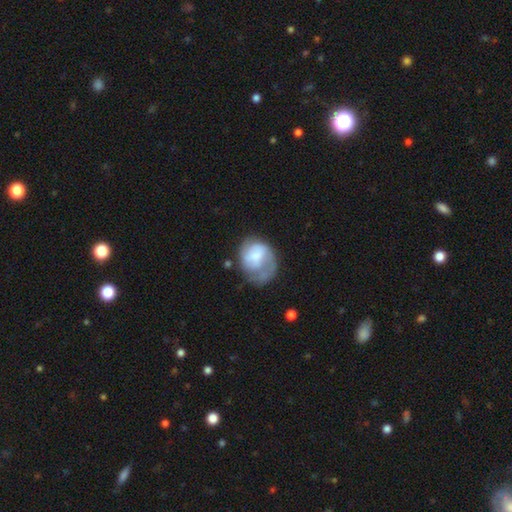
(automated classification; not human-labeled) This is possibly a smooth galaxy (52%). How rounded: possibly round (51%). Merging: marginally major disturbance (37%).